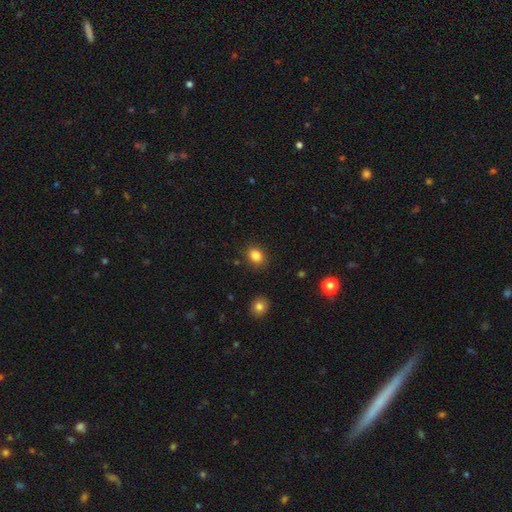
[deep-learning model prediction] This appears to be a smooth galaxy with no disk features (85%) that is in between round and cigar-shaped (54%). Merging: none (87%).